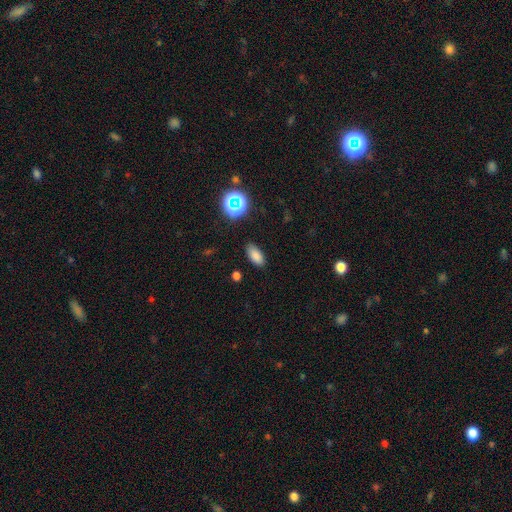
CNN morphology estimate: A smooth galaxy with no disk features (81%) that is in between round and cigar-shaped (88%). Merging: none (85%).